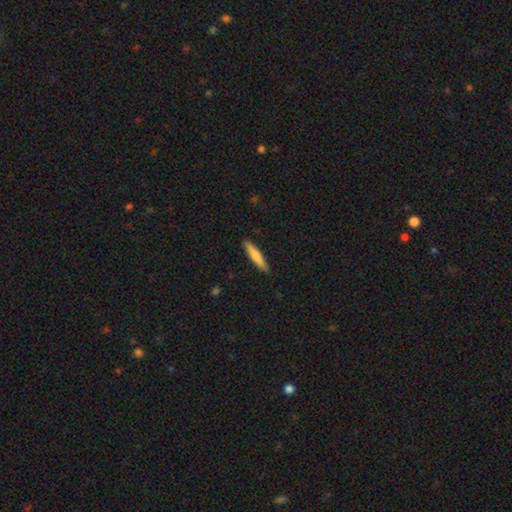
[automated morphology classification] This appears to be a smooth galaxy with no disk features (76%) that is cigar-shaped (88%). Merging: none (90%).